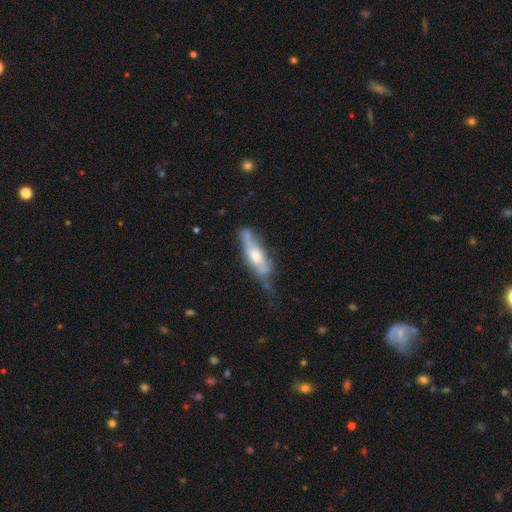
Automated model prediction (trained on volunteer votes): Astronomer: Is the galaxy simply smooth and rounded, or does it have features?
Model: featured or disk — 59% (runner-up: smooth, 35%).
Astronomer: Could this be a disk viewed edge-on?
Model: yes — 57% (runner-up: no, 43%).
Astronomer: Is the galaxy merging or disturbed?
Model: none — 45% (runner-up: minor disturbance, 35%).